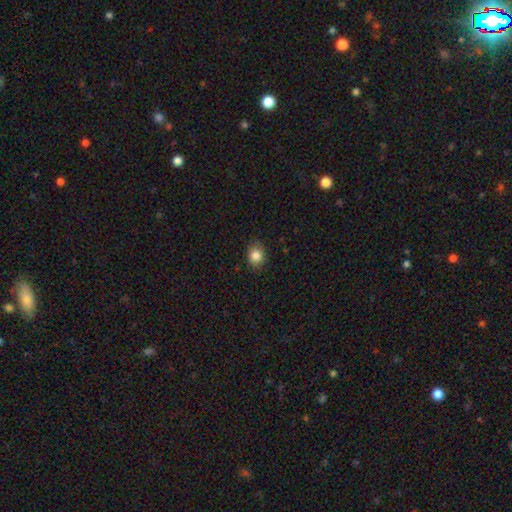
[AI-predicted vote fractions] Smooth or featured?
  - smooth: 85% *
  - star or artifact: 10%
  - featured or disk: 5%
How rounded?
  - round: 59% *
  - in between: 40%
  - cigar-shaped: 1%
Merging?
  - none: 86% *
  - minor disturbance: 11%
  - major disturbance: 2%
  - merger: 1%